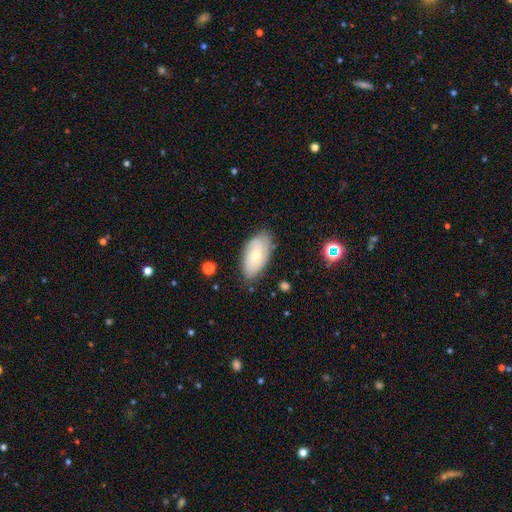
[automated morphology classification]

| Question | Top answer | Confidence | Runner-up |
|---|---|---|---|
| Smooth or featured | smooth | 52% | featured or disk (41%) |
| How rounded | in between | 93% | round (4%) |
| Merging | none | 76% | minor disturbance (19%) |